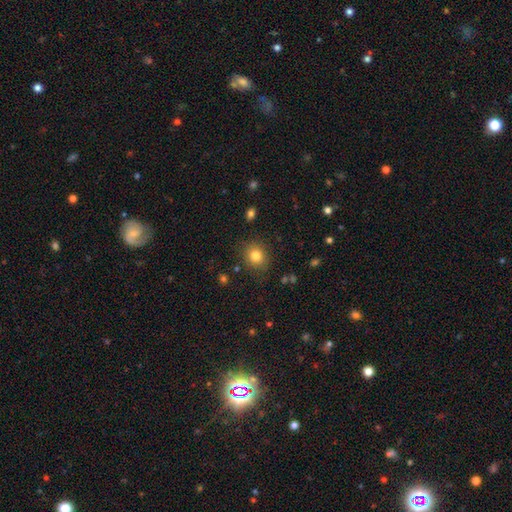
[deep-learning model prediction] smooth-or-featured: smooth: 81% | star or artifact: 12% | featured or disk: 7%
  how-rounded: round: 79% | in between: 20% | cigar-shaped: 1%
  merging: none: 85% | minor disturbance: 10% | major disturbance: 3% | merger: 2%